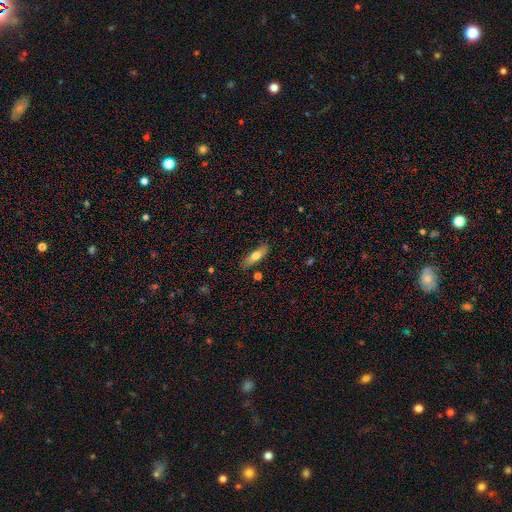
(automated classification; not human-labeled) Smooth or featured? smooth (64%)
How rounded? cigar-shaped (55%)
Merging? none (84%)